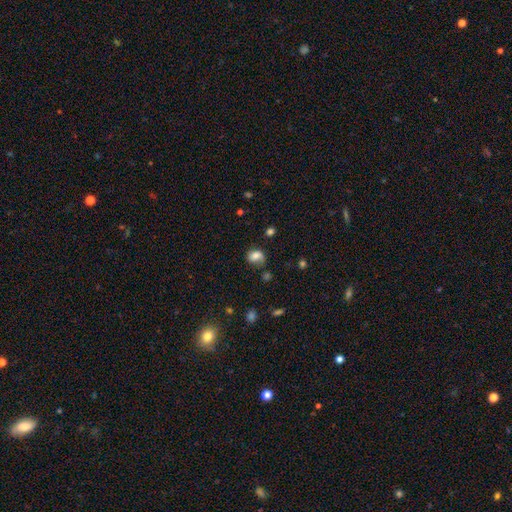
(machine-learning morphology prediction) Smooth or featured? smooth (71%)
How rounded? in between (56%)
Merging? none (51%)